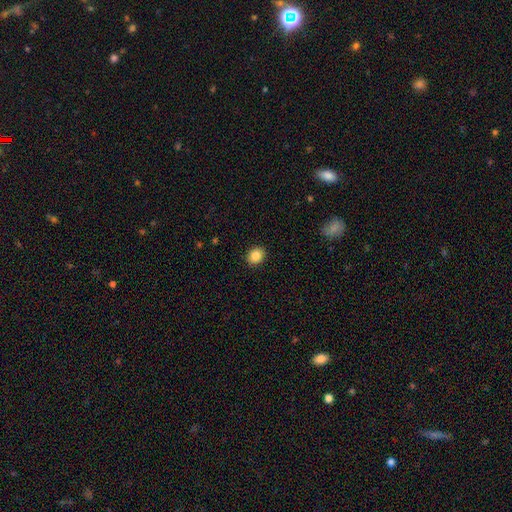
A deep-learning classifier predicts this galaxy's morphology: Overall: smooth (85%). How rounded: round (60%; in between 39%). Merging: none (91%).